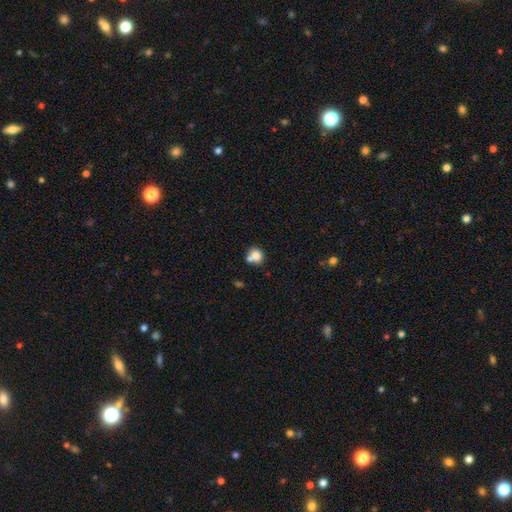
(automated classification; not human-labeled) Smooth or featured? Predicted: smooth (p=0.78). How rounded? Predicted: round (p=0.83). Merging? Predicted: none (p=0.51).